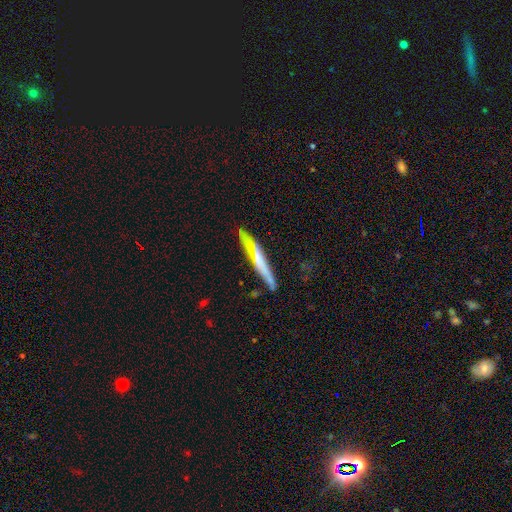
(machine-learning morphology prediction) smooth_or_featured: featured or disk (p=0.51) [alt: smooth p=0.42]
disk_edge_on: yes (p=0.89) [alt: no p=0.11]
merging: none (p=0.80) [alt: minor disturbance p=0.15]